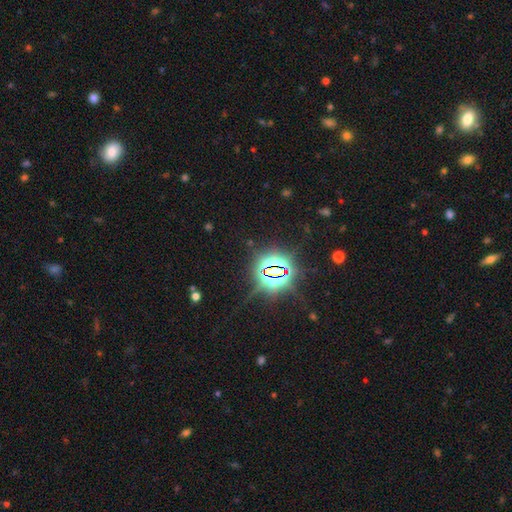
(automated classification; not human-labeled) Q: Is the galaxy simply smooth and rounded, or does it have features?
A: star or artifact — 84%.